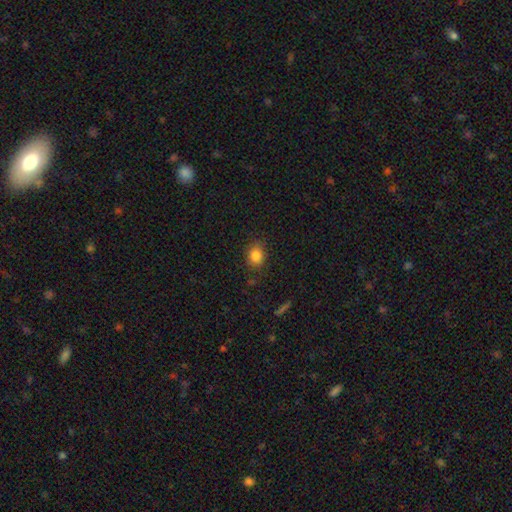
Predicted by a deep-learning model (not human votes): A smooth galaxy with no disk features (83%) that is round (56%). Merging: none (80%).